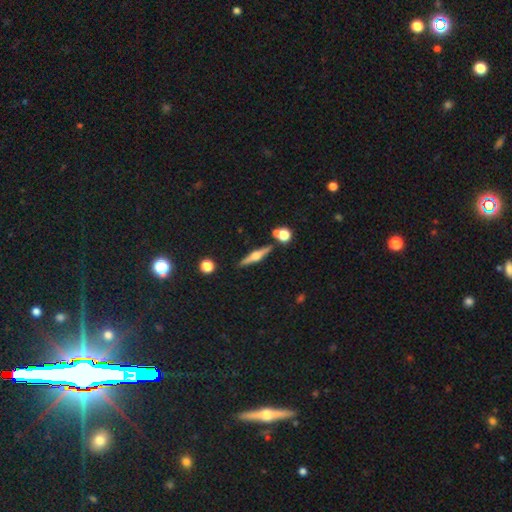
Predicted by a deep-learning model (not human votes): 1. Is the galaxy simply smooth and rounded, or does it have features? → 70% featured or disk, 23% smooth, 7% star or artifact.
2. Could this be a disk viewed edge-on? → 97% yes, 3% no.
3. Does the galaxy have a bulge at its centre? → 92% rounded, 5% boxy, 3% none.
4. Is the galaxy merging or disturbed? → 84% none, 8% minor disturbance, 6% merger, 2% major disturbance.